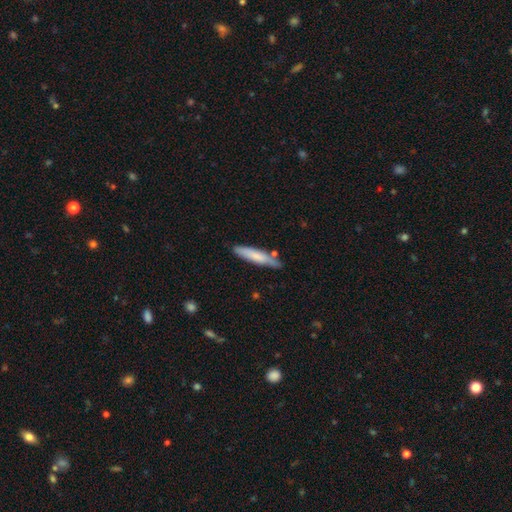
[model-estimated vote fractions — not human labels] A smooth galaxy with no disk features (72%) that is cigar-shaped (85%).

Vote fractions:
- Smooth or featured? smooth: 72% / featured or disk: 22% / star or artifact: 6%
- How rounded? cigar-shaped: 85% / in between: 14% / round: 1%
- Merging? none: 73% / minor disturbance: 18% / merger: 6% / major disturbance: 3%